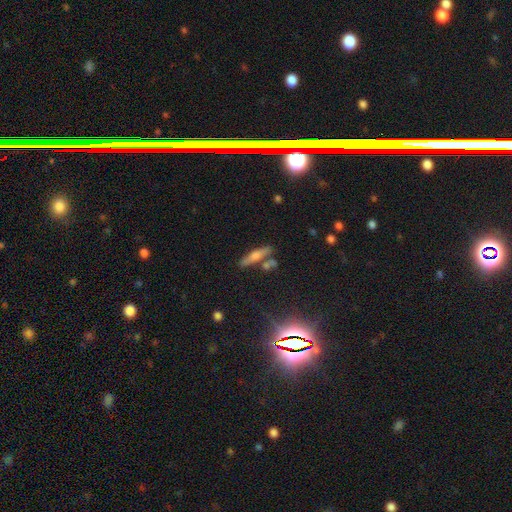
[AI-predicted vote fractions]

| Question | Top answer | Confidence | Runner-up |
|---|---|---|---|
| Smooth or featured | smooth | 46% | featured or disk (41%) |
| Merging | none | 72% | merger (12%) |